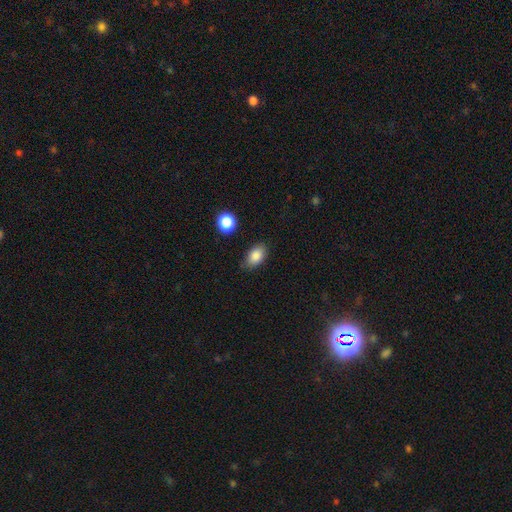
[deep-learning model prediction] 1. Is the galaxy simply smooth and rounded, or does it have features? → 86% smooth, 8% star or artifact, 6% featured or disk.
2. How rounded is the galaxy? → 88% in between, 10% round, 2% cigar-shaped.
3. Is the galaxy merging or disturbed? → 78% none, 16% minor disturbance, 3% major disturbance, 2% merger.